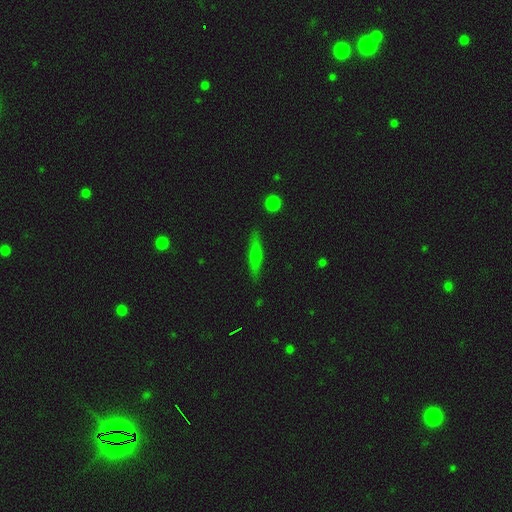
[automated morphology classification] This appears to be a smooth galaxy with no disk features (49%). Merging: none (86%).